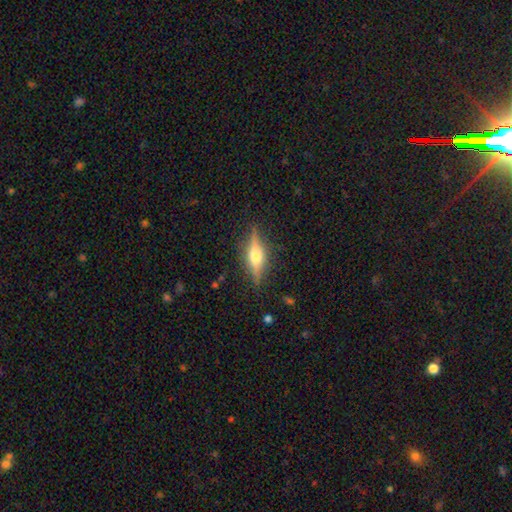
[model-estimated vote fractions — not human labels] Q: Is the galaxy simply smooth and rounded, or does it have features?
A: featured or disk — 61%.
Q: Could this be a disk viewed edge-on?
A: yes — 93%.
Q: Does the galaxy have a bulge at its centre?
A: rounded — 93%.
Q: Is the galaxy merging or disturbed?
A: none — 85%.